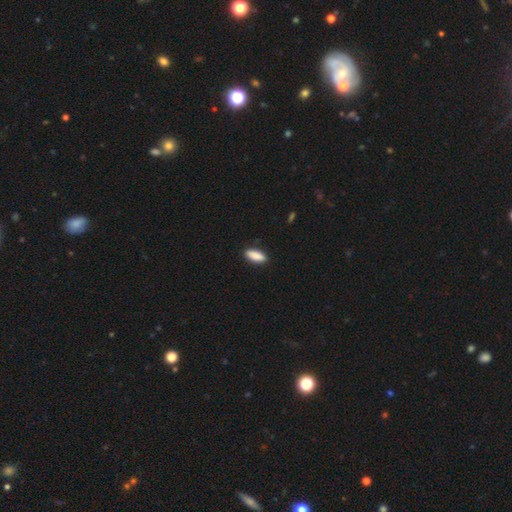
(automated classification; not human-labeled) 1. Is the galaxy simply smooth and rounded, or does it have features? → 90% smooth, 6% star or artifact, 4% featured or disk.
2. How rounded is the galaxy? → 74% in between, 24% cigar-shaped, 2% round.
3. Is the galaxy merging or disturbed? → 88% none, 9% minor disturbance, 2% major disturbance, 1% merger.